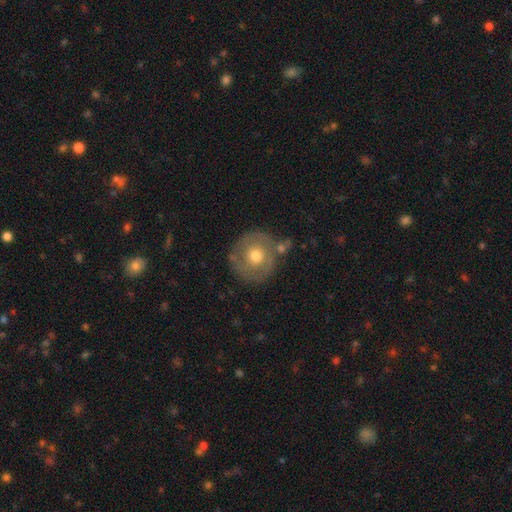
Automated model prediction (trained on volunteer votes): Smooth or featured: smooth — 51% (featured or disk — 42%)
How rounded: round — 92% (in between — 7%)
Merging: none — 68% (minor disturbance — 16%)